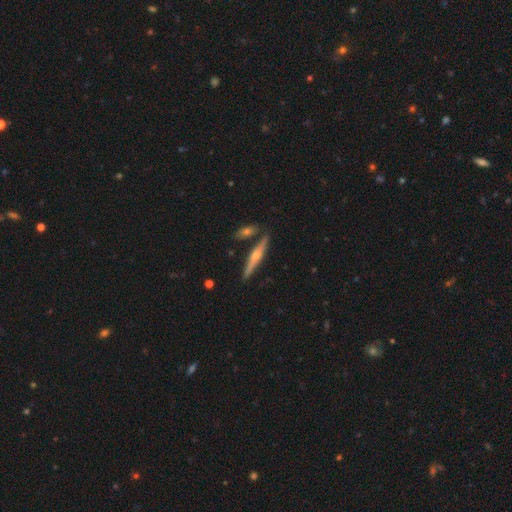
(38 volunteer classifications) This appears to be a featured or disk galaxy (66%) viewed edge-on (100%) with a rounded central bulge (80%). Merging: none (76%).